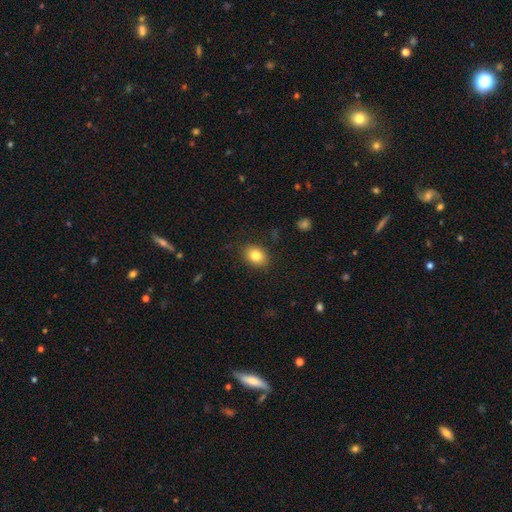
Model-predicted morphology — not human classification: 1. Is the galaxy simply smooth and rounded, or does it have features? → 82% smooth, 9% star or artifact, 8% featured or disk.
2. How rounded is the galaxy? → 65% in between, 34% round, 1% cigar-shaped.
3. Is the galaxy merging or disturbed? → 86% none, 11% minor disturbance, 3% major disturbance, 1% merger.